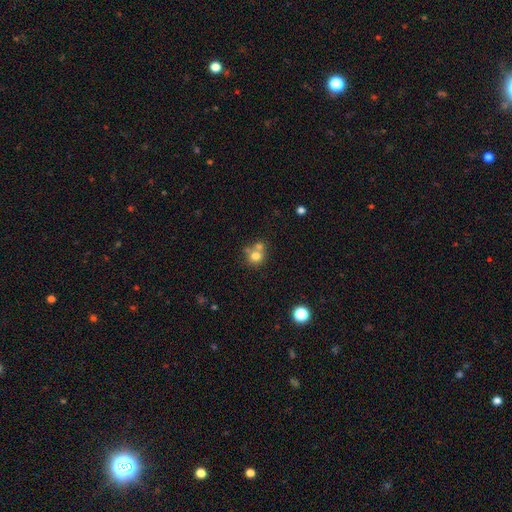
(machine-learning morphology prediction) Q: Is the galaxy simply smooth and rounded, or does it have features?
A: smooth — 74%.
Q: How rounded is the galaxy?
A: round — 82%.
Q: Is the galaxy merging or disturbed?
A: none — 44%, tied with merger.